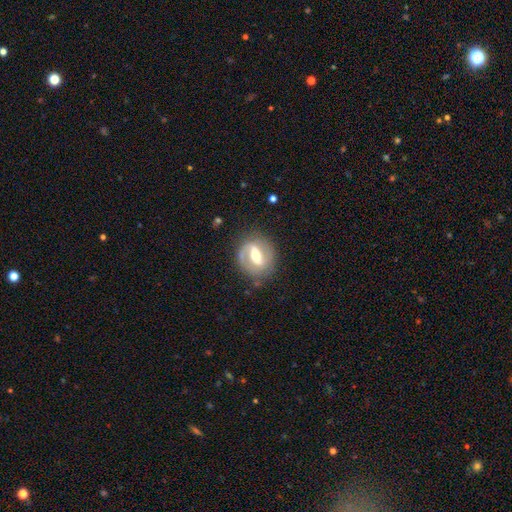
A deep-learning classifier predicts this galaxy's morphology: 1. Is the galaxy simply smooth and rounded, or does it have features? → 80% featured or disk, 15% smooth, 5% star or artifact.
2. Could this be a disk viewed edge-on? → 96% no, 4% yes.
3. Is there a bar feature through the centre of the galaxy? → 46% strong, 40% weak, 14% no.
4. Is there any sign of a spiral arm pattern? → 87% yes, 13% no.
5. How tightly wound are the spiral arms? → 46% medium, 32% tight, 23% loose.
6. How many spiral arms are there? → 71% 2, 20% 1, 7% can't tell, 1% 3, 1% 4, 1% more than 4.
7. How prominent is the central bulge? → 66% moderate, 22% small, 9% large, 1% dominant, 1% none.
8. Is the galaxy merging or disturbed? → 75% none, 16% minor disturbance, 7% major disturbance, 2% merger.